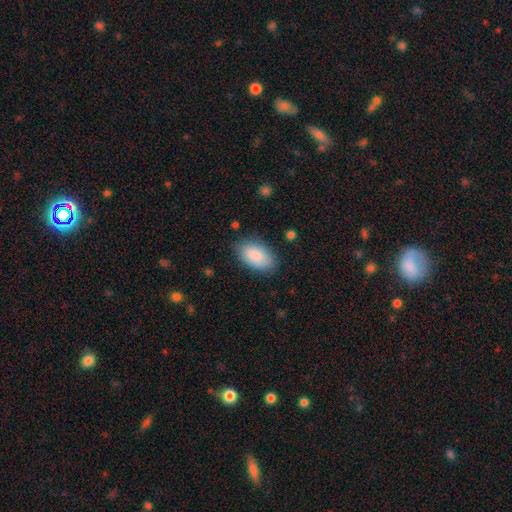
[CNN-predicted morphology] Q: Smooth or featured?
A: smooth (88%); runner-up: star or artifact (6%)
Q: How rounded?
A: in between (94%); runner-up: round (4%)
Q: Merging?
A: none (82%); runner-up: minor disturbance (13%)